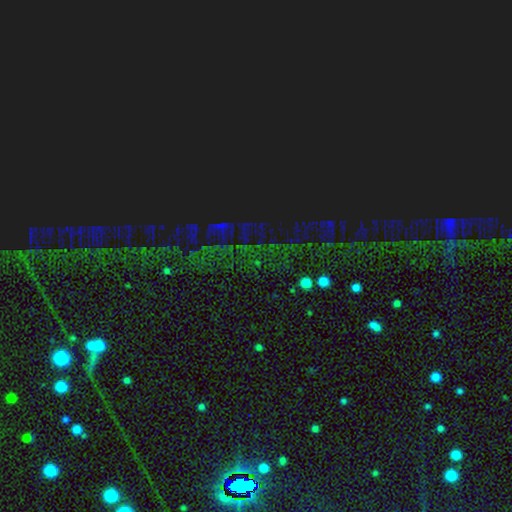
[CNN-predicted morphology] Smooth or featured: star or artifact — 82% (smooth — 10%)